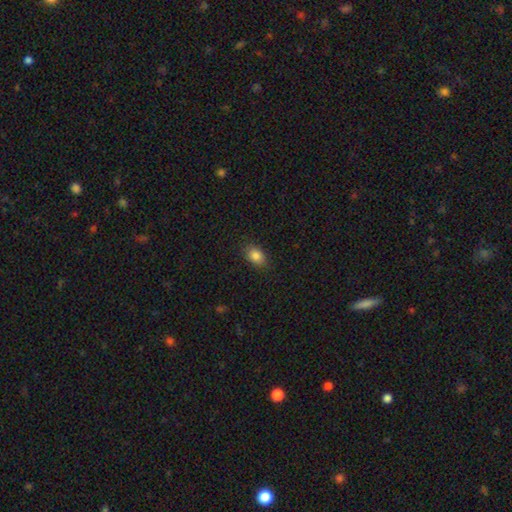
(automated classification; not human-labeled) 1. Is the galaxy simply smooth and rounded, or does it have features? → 86% smooth, 9% star or artifact, 5% featured or disk.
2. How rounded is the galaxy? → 79% in between, 19% round, 2% cigar-shaped.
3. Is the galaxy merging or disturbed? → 85% none, 11% minor disturbance, 3% major disturbance, 1% merger.